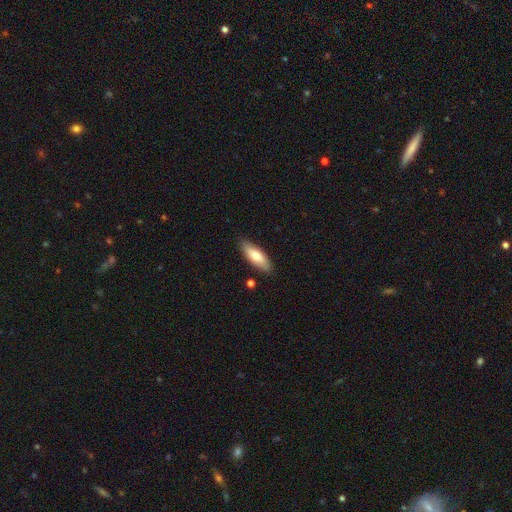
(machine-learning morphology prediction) smooth 71%, featured or disk 23%, star or artifact 6%. Down the decision tree: how rounded — in between (65%); merging — none (85%).